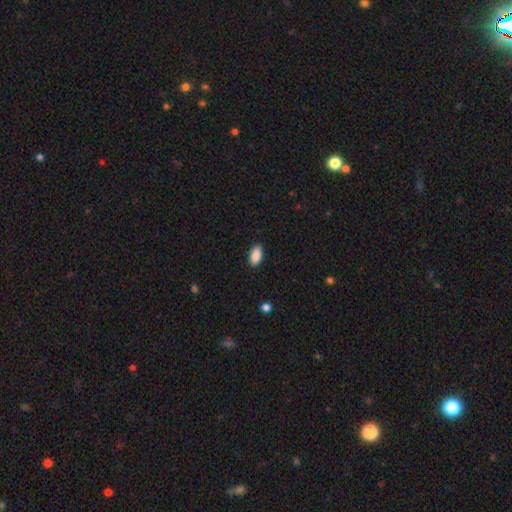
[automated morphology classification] Q: Smooth or featured?
A: smooth (90%); runner-up: star or artifact (7%)
Q: How rounded?
A: in between (92%); runner-up: cigar-shaped (5%)
Q: Merging?
A: none (89%); runner-up: minor disturbance (8%)